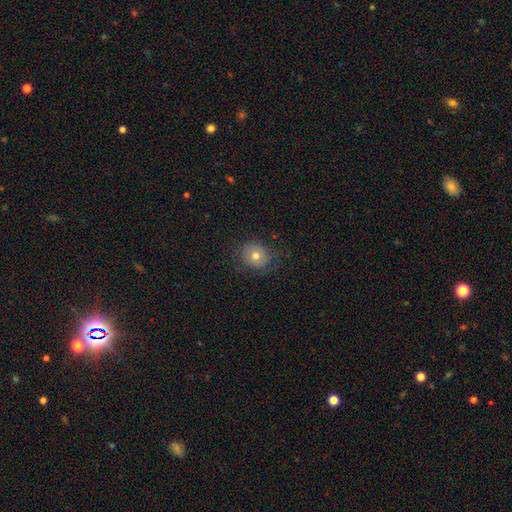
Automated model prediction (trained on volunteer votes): smooth_or_featured: smooth (p=0.74) [alt: featured or disk p=0.14]
how_rounded: round (p=0.80) [alt: in between p=0.19]
merging: none (p=0.81) [alt: minor disturbance p=0.13]